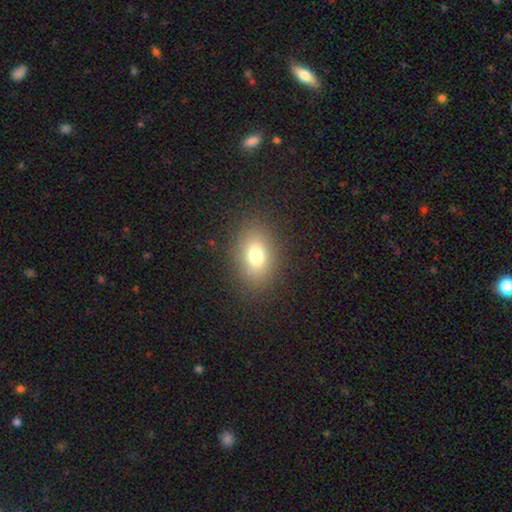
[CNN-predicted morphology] A smooth galaxy with no disk features (75%) that is in between round and cigar-shaped (73%).

Vote fractions:
- Smooth or featured? smooth: 75% / star or artifact: 13% / featured or disk: 12%
- How rounded? in between: 73% / round: 25% / cigar-shaped: 2%
- Merging? none: 85% / minor disturbance: 9% / major disturbance: 4% / merger: 1%